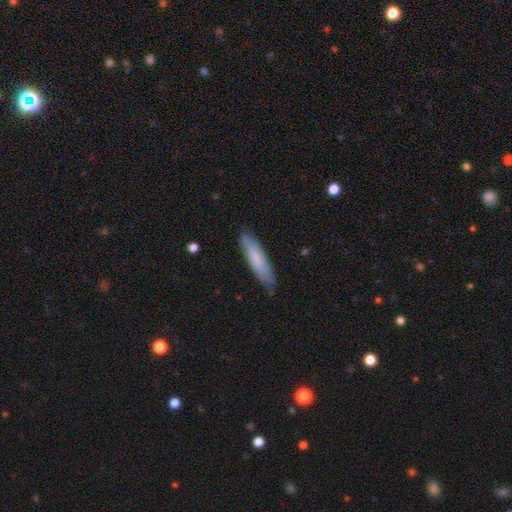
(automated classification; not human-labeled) smooth_or_featured: smooth (p=0.73) [alt: featured or disk p=0.21]
how_rounded: cigar-shaped (p=0.80) [alt: in between p=0.19]
merging: none (p=0.83) [alt: minor disturbance p=0.13]